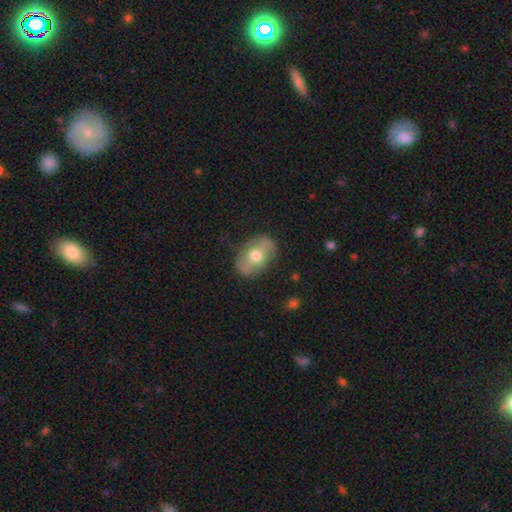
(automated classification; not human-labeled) Smooth or featured: smooth — 49% (featured or disk — 45%)
Merging: none — 80% (minor disturbance — 14%)